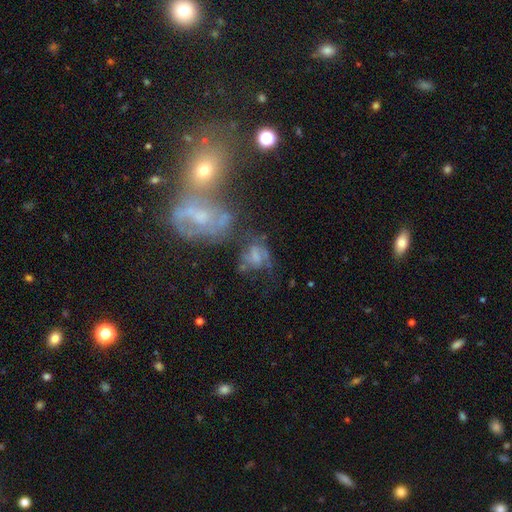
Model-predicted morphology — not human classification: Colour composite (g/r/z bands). It shows a featured or disk galaxy (54%) with no bar (50%), spiral arms (66%) and no central bulge (45%). Merging: none (34%).